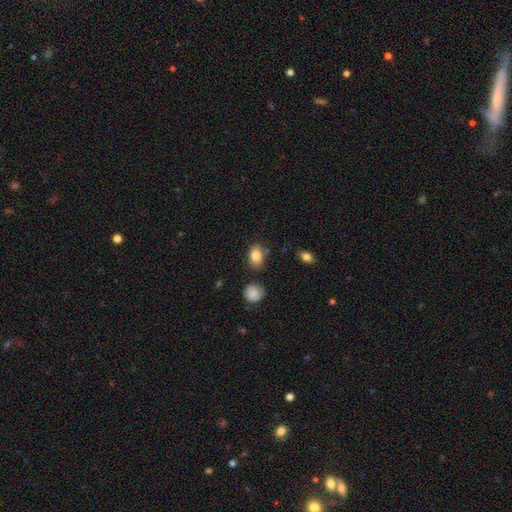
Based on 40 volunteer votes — A smooth galaxy with no disk features (85%) that is in between round and cigar-shaped (85%).

Vote fractions:
- Smooth or featured? smooth: 85% / star or artifact: 10% / featured or disk: 5%
- How rounded? in between: 85% / round: 12% / cigar-shaped: 3%
- Merging? none: 58% / minor disturbance: 36% / major disturbance: 6% / merger: 0%